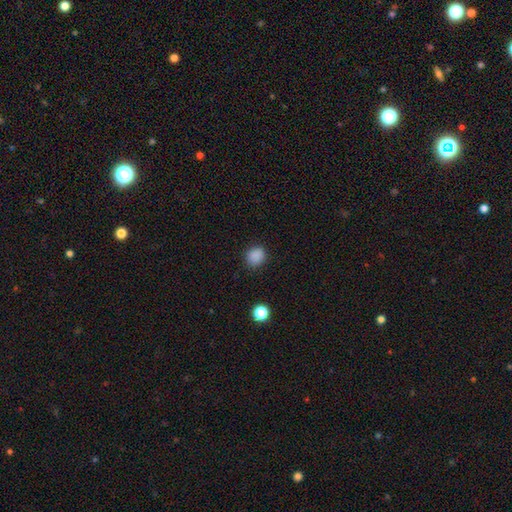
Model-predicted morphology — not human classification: The model was most divided on "how rounded": round: 76%, in between: 23%, cigar-shaped: 1%. More confident: merging — none (87%); smooth or featured — smooth (86%).